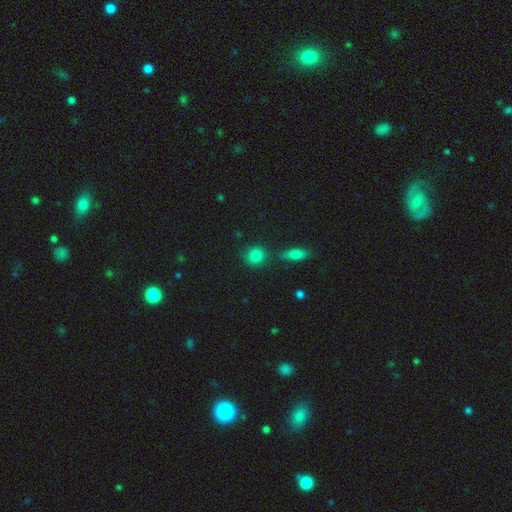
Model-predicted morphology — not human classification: smooth 83%, star or artifact 11%, featured or disk 6%. Down the decision tree: how rounded — round (81%); merging — none (76%).